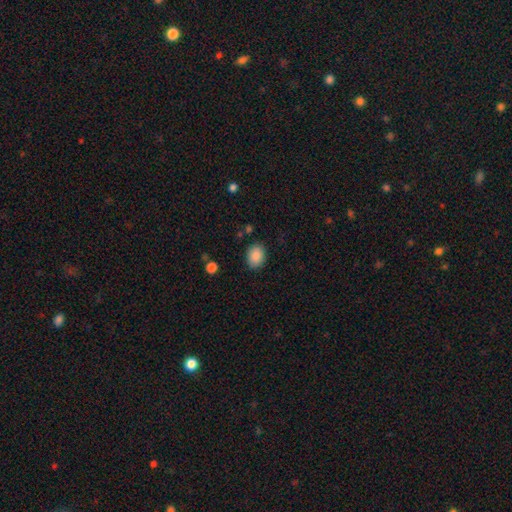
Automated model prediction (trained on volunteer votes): The model was most divided on "how rounded": in between: 68%, round: 31%, cigar-shaped: 1%. More confident: smooth or featured — smooth (88%); merging — none (86%).